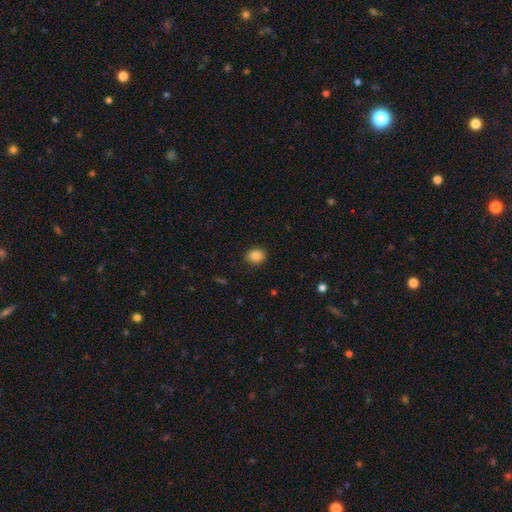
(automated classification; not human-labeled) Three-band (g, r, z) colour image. It shows a smooth galaxy with no disk features (86%) that is round (59%). Merging: none (89%).